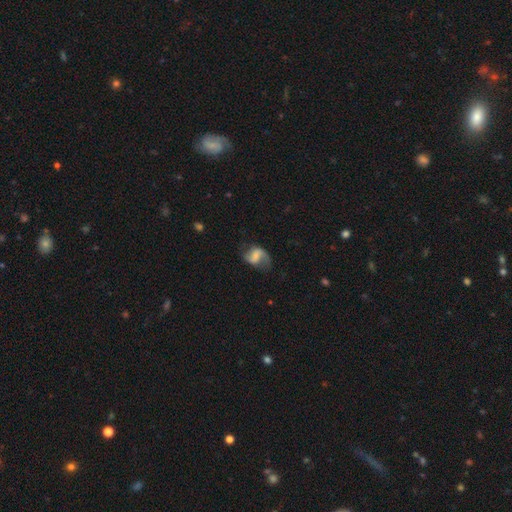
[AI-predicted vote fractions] A featured or disk galaxy (63%) with a weak bar (46%), 2 (75%) loose (61%) spiral arms (87%) and no central bulge (40%). Merging: none (53%).